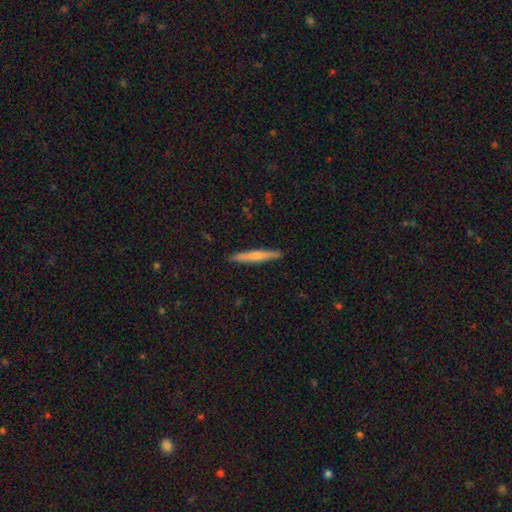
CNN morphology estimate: type=smooth (62%); roundness=cigar-shaped (96%); merging=none (91%).